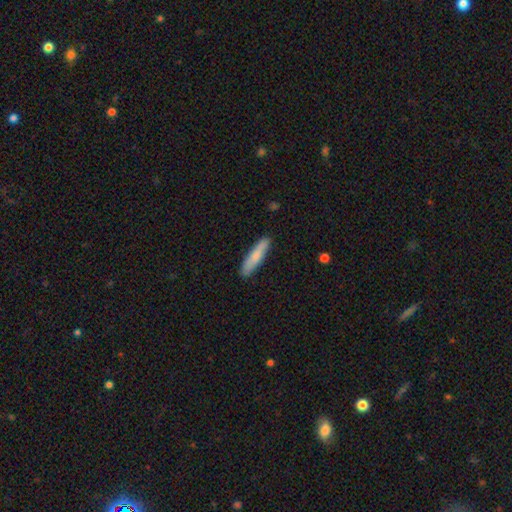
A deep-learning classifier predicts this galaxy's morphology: A smooth galaxy with no disk features (75%) that is cigar-shaped (84%). Merging: none (87%).